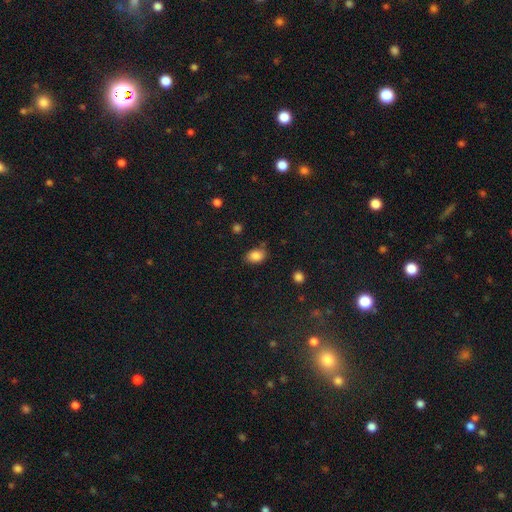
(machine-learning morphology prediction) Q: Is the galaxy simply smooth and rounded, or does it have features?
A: smooth — 86%.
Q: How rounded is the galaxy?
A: in between — 79%.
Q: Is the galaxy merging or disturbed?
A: none — 74%.